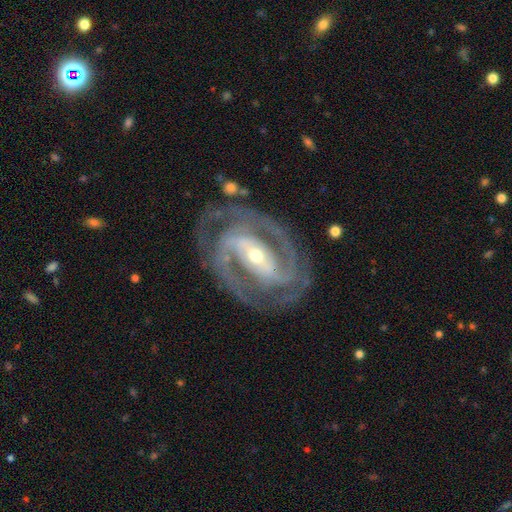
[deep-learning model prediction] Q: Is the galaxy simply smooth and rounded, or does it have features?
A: featured or disk — 93%.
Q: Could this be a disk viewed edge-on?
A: no — 97%.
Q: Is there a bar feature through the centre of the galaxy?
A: strong — 58%.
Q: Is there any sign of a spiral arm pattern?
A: yes — 98%.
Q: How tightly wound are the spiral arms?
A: tight — 53%.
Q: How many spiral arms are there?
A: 2 — 69%.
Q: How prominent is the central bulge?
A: moderate — 51%.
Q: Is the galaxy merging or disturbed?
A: none — 78%.